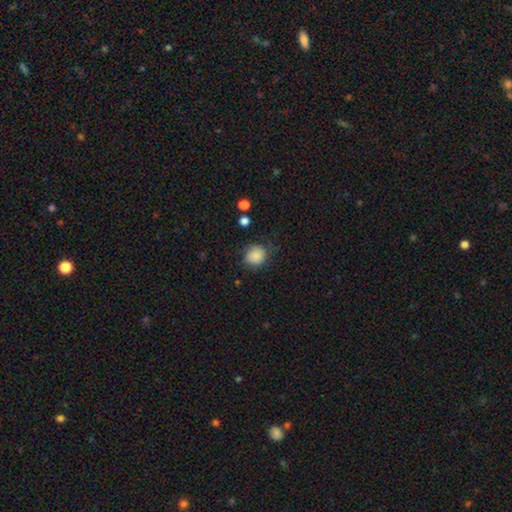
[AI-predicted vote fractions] Smooth or featured?
  - smooth: 86% *
  - star or artifact: 9%
  - featured or disk: 5%
How rounded?
  - round: 78% *
  - in between: 21%
  - cigar-shaped: 1%
Merging?
  - none: 72% *
  - minor disturbance: 20%
  - major disturbance: 6%
  - merger: 2%